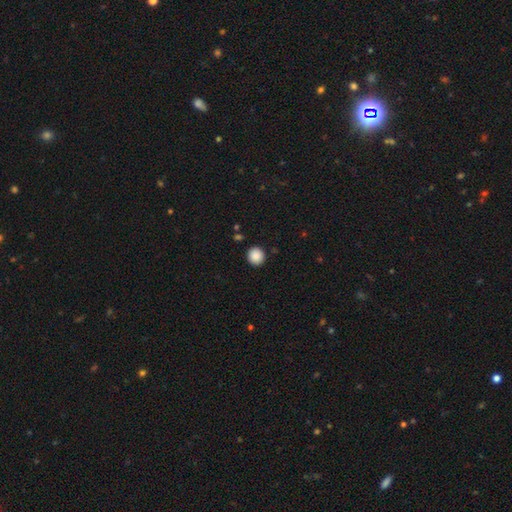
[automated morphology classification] smooth_or_featured: smooth (p=0.89) [alt: star or artifact p=0.09]
how_rounded: round (p=0.91) [alt: in between p=0.08]
merging: none (p=0.91) [alt: minor disturbance p=0.06]